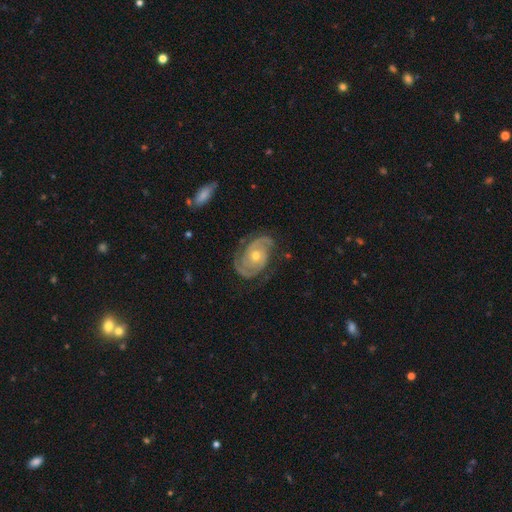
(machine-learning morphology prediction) A featured or disk galaxy (90%) with no bar (79%), 2 (79%) tight (60%) spiral arms (97%) and a moderate central bulge (60%). Merging: none (76%).